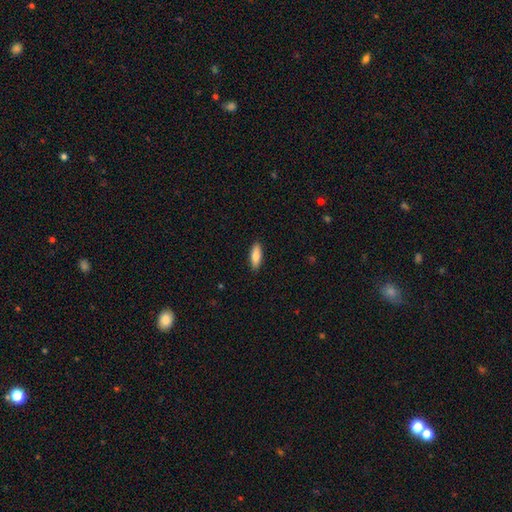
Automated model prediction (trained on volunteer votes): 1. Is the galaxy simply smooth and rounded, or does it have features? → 81% smooth, 13% featured or disk, 6% star or artifact.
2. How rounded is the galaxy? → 59% in between, 40% cigar-shaped, 2% round.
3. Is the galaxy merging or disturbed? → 89% none, 8% minor disturbance, 2% major disturbance, 1% merger.